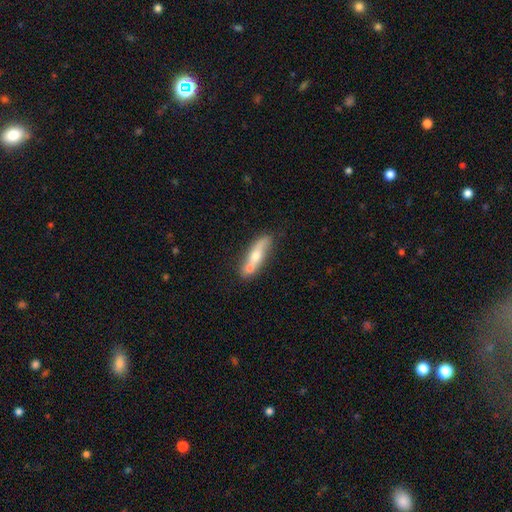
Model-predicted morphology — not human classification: Smooth or featured?
  - featured or disk: 51% *
  - smooth: 42%
  - star or artifact: 7%
Edge-on disk?
  - no: 53% *
  - yes: 47%
Merging?
  - none: 48% *
  - merger: 30%
  - minor disturbance: 16%
  - major disturbance: 6%